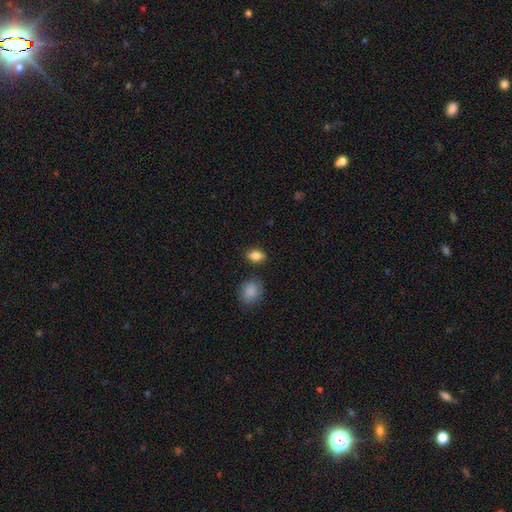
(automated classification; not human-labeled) Smooth or featured? smooth (84%)
How rounded? in between (81%)
Merging? none (84%)